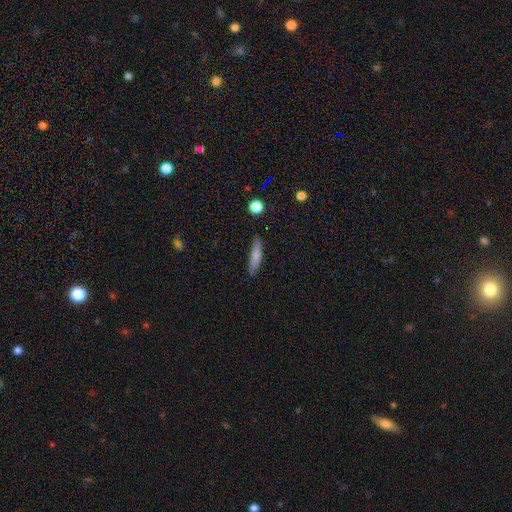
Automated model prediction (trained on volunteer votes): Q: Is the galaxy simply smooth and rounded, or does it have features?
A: smooth — 74%.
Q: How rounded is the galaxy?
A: cigar-shaped — 81%.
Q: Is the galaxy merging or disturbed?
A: none — 83%.